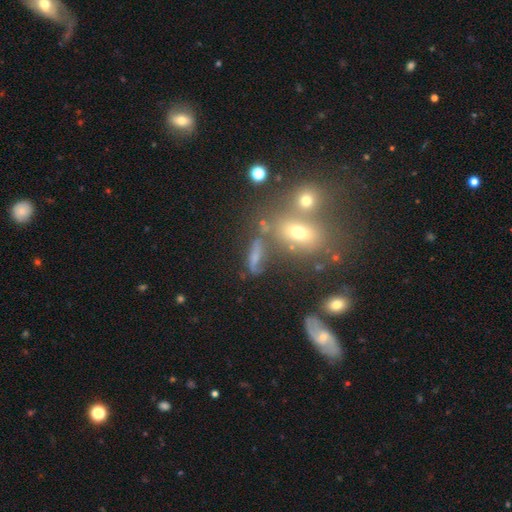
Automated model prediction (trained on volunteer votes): Q: Smooth or featured?
A: smooth (48%); runner-up: featured or disk (33%)
Q: Merging?
A: none (53%); runner-up: minor disturbance (18%)